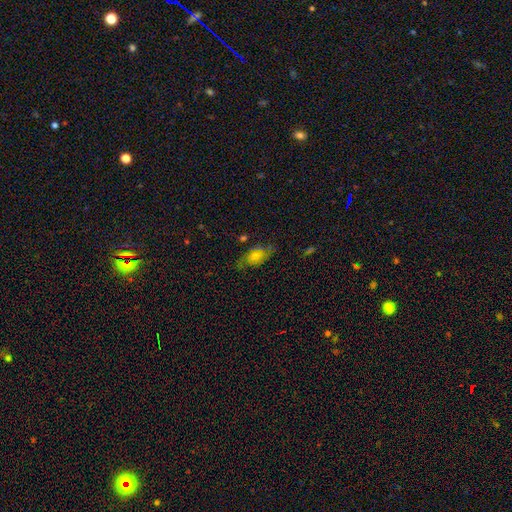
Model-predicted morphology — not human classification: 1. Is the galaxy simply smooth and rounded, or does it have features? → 46% featured or disk, 44% smooth, 10% star or artifact.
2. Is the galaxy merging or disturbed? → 62% none, 24% minor disturbance, 12% major disturbance, 2% merger.